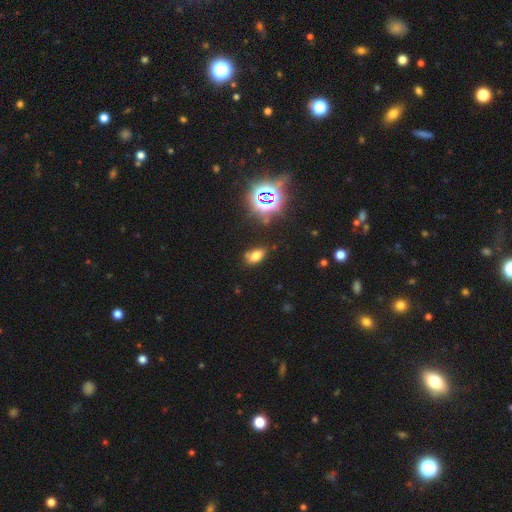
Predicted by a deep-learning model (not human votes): smooth_or_featured: smooth (p=0.65) [alt: star or artifact p=0.24]
how_rounded: in between (p=0.87) [alt: round p=0.10]
merging: none (p=0.68) [alt: minor disturbance p=0.20]